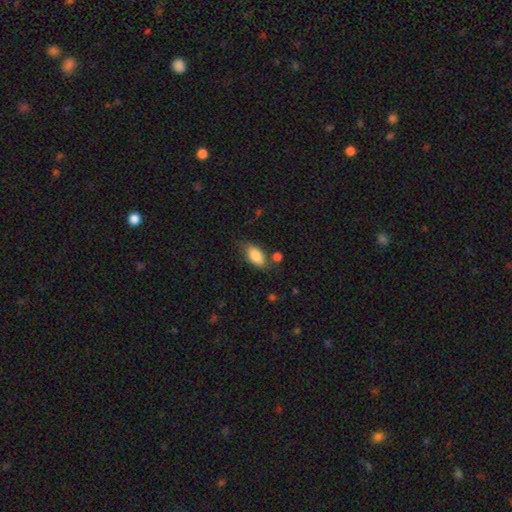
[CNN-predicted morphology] Smooth or featured? smooth (85%)
How rounded? in between (91%)
Merging? none (66%)